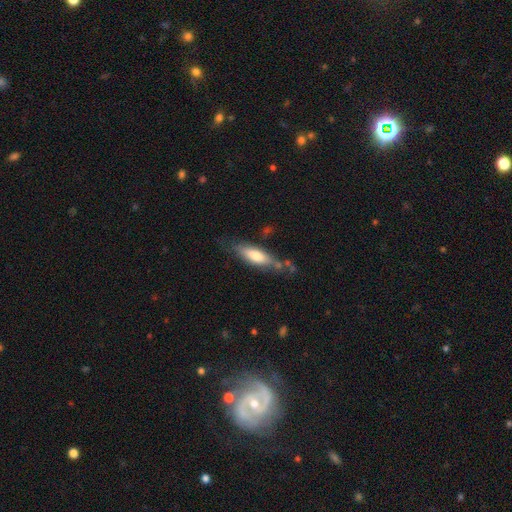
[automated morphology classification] Smooth or featured: smooth — 66% (featured or disk — 28%)
How rounded: cigar-shaped — 50% (in between — 48%)
Merging: none — 61% (minor disturbance — 25%)